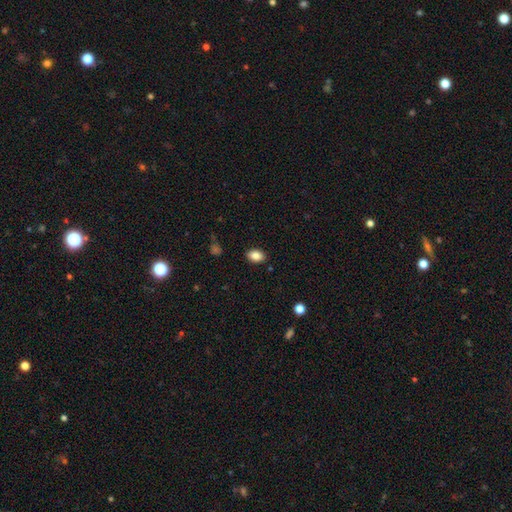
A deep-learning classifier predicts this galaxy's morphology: type=smooth (85%); roundness=in between (84%); merging=none (88%).